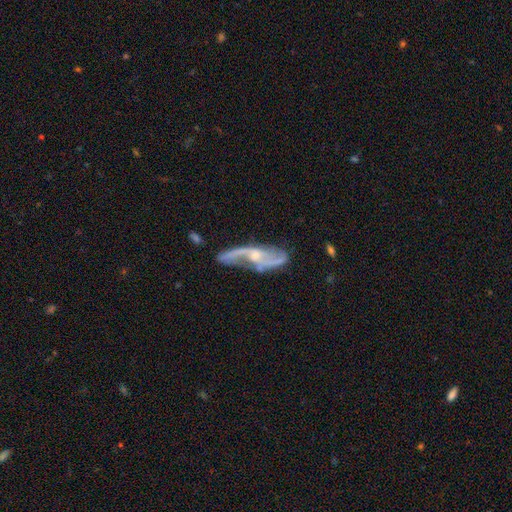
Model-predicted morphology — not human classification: Smooth or featured? Predicted: featured or disk (p=0.82). Edge-on disk? Predicted: no (p=0.82). Bar? Predicted: no (p=0.55). Spiral arms? Predicted: yes (p=0.90). Spiral winding? Predicted: loose (p=0.64). Spiral arm count? Predicted: 2 (p=0.83). Bulge size? Predicted: small (p=0.47). Merging? Predicted: none (p=0.55).